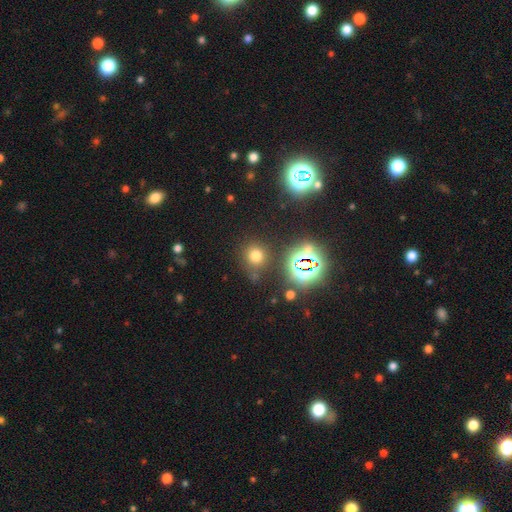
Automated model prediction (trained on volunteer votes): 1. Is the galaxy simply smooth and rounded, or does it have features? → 65% smooth, 27% star or artifact, 8% featured or disk.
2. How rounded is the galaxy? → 87% round, 11% in between, 1% cigar-shaped.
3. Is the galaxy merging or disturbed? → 77% none, 12% minor disturbance, 7% merger, 5% major disturbance.